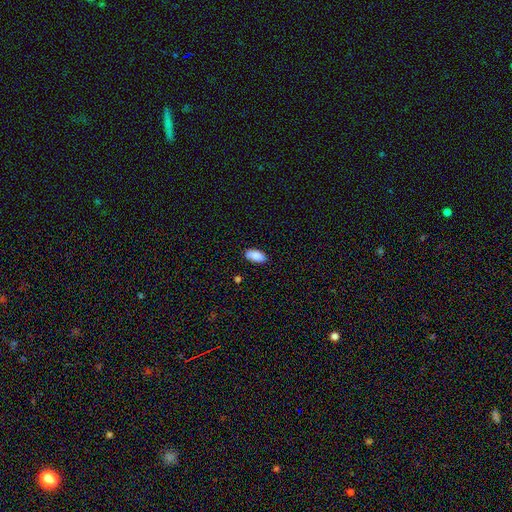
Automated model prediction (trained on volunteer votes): A smooth galaxy with no disk features (89%) that is in between round and cigar-shaped (92%).

Vote fractions:
- Smooth or featured? smooth: 89% / star or artifact: 6% / featured or disk: 5%
- How rounded? in between: 92% / cigar-shaped: 6% / round: 2%
- Merging? none: 87% / minor disturbance: 10% / major disturbance: 2% / merger: 1%